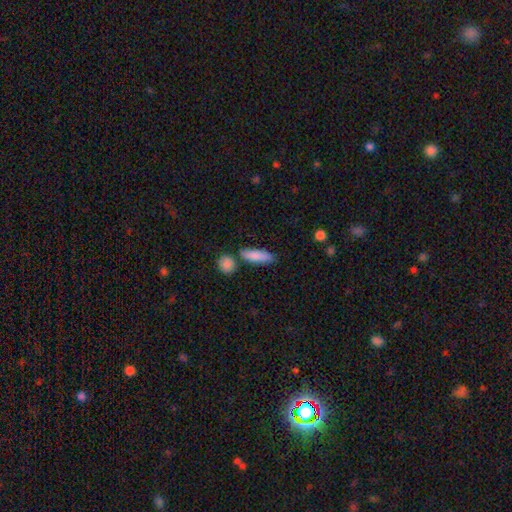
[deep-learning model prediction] Smooth or featured? Predicted: smooth (p=0.84). How rounded? Predicted: in between (p=0.52). Merging? Predicted: none (p=0.73).